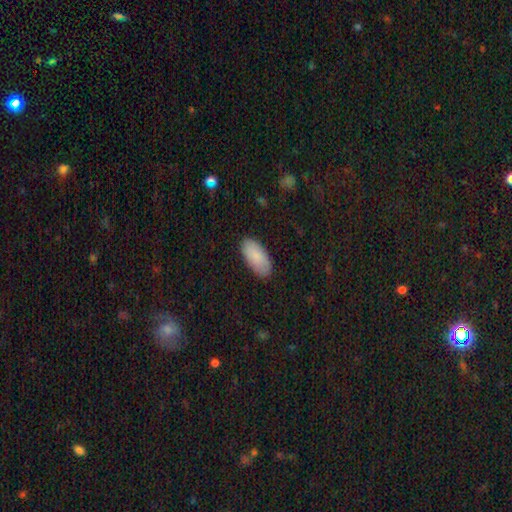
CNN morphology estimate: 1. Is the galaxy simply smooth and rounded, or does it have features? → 88% smooth, 6% featured or disk, 6% star or artifact.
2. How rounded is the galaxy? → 92% in between, 6% cigar-shaped, 2% round.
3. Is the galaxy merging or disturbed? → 86% none, 11% minor disturbance, 2% major disturbance, 1% merger.